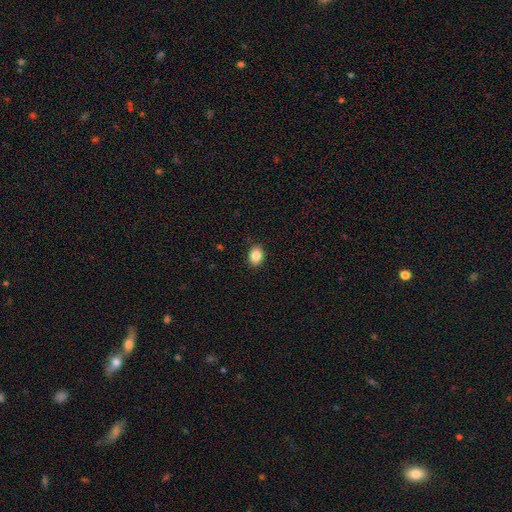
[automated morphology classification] smooth-or-featured: smooth: 87% | star or artifact: 9% | featured or disk: 5%
  how-rounded: in between: 70% | round: 29% | cigar-shaped: 1%
  merging: none: 90% | minor disturbance: 7% | major disturbance: 2% | merger: 1%